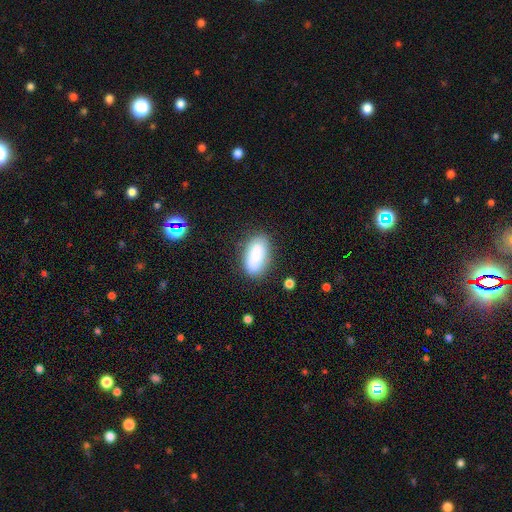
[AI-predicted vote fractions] Smooth or featured?
  - smooth: 85% *
  - featured or disk: 8%
  - star or artifact: 7%
How rounded?
  - in between: 90% *
  - cigar-shaped: 6%
  - round: 4%
Merging?
  - none: 78% *
  - minor disturbance: 15%
  - major disturbance: 5%
  - merger: 3%